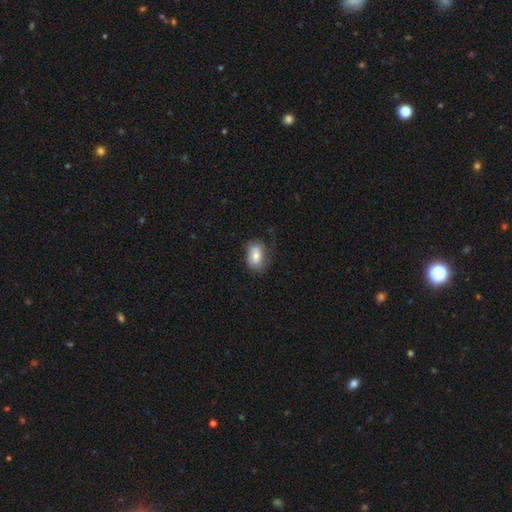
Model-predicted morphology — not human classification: Smooth or featured? smooth (78%)
How rounded? in between (83%)
Merging? none (64%)